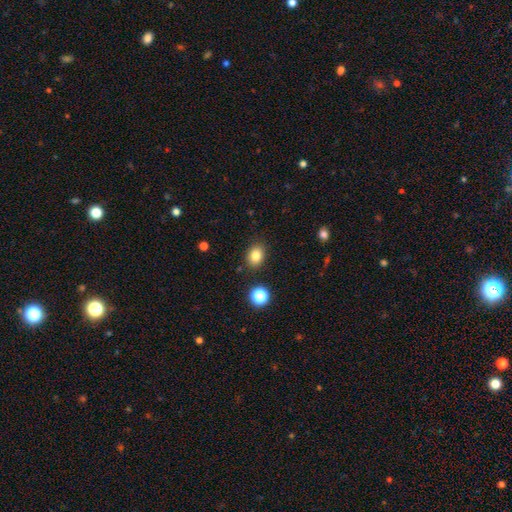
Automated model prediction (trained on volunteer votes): Overall: smooth (82%). How rounded: in between (54%; round 45%). Merging: none (86%).